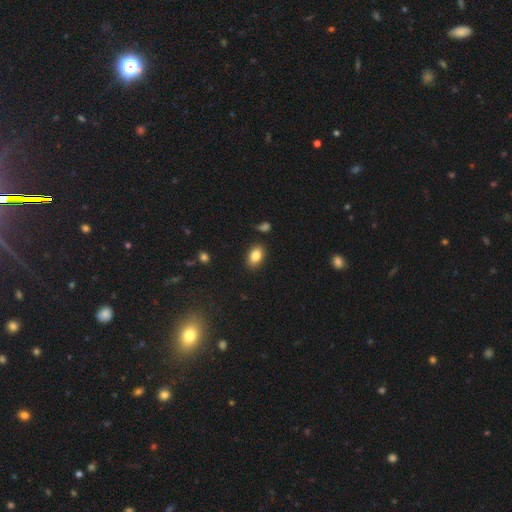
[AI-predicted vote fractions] smooth-or-featured: smooth: 84% | star or artifact: 8% | featured or disk: 7%
  how-rounded: in between: 87% | round: 11% | cigar-shaped: 2%
  merging: none: 86% | minor disturbance: 10% | major disturbance: 2% | merger: 2%